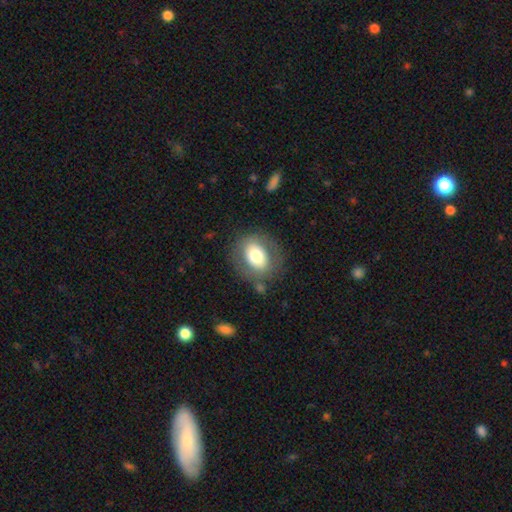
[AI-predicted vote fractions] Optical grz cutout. It shows a smooth galaxy with no disk features (66%) that is in between round and cigar-shaped (56%). Merging: none (77%).